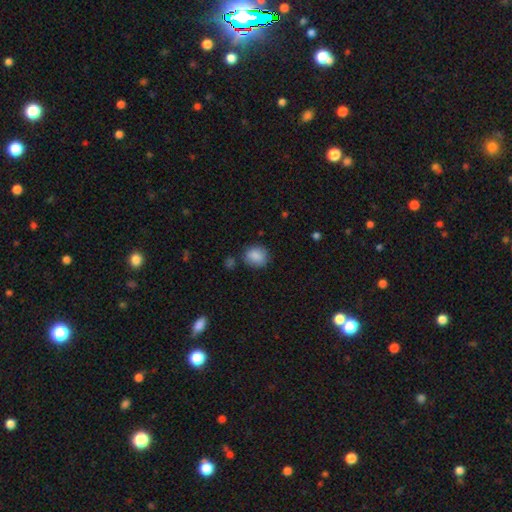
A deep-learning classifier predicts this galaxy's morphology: smooth 86%, star or artifact 8%, featured or disk 6%. Down the decision tree: how rounded — round (71%); merging — none (75%).